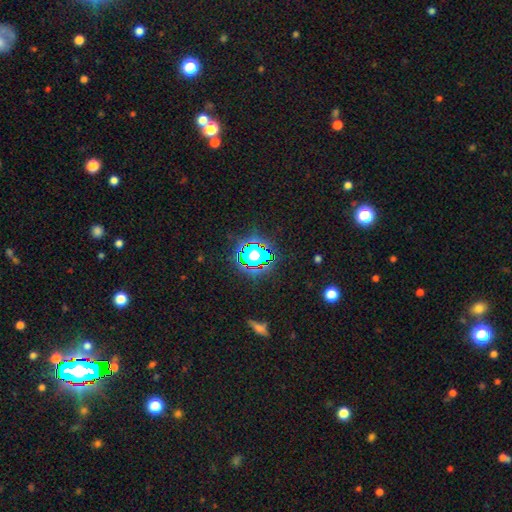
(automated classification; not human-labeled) Morphology: type=star or artifact (72%).